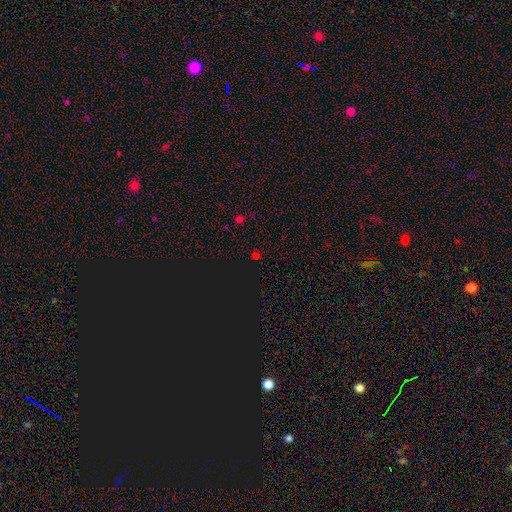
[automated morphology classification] The model was most divided on "smooth or featured": star or artifact: 62%, smooth: 32%, featured or disk: 6%.